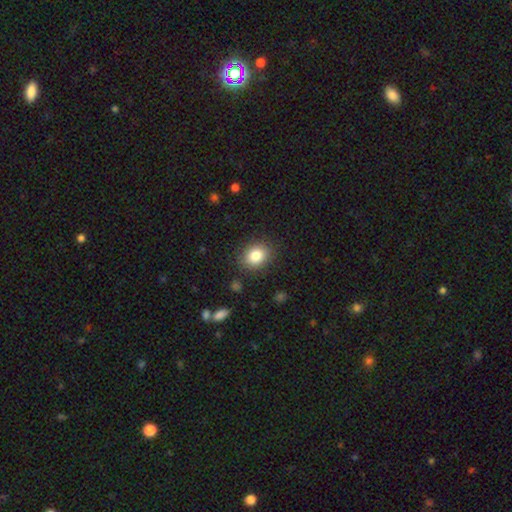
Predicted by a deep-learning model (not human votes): A smooth galaxy with no disk features (83%) that is round (52%). Merging: none (86%).